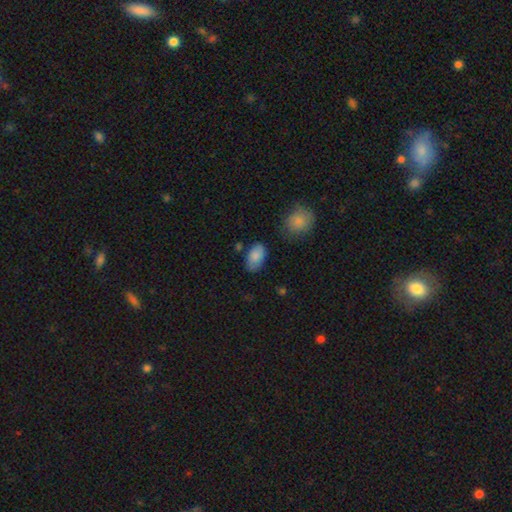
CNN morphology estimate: Smooth or featured?
  - smooth: 83% *
  - featured or disk: 9%
  - star or artifact: 7%
How rounded?
  - in between: 92% *
  - round: 6%
  - cigar-shaped: 1%
Merging?
  - none: 71% *
  - minor disturbance: 20%
  - major disturbance: 5%
  - merger: 4%